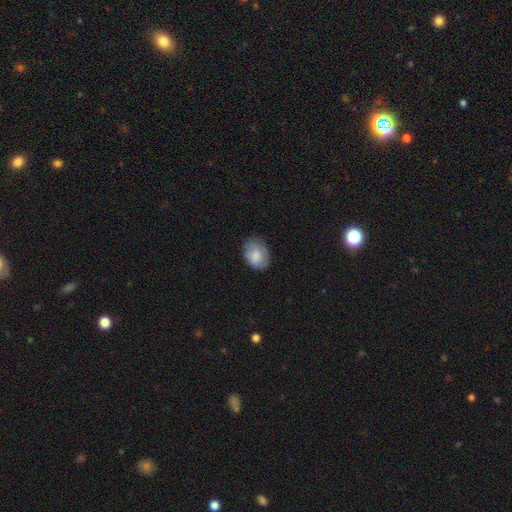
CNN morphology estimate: The model was most divided on "how rounded": in between: 71%, round: 28%, cigar-shaped: 1%. More confident: smooth or featured — smooth (79%); merging — none (72%).